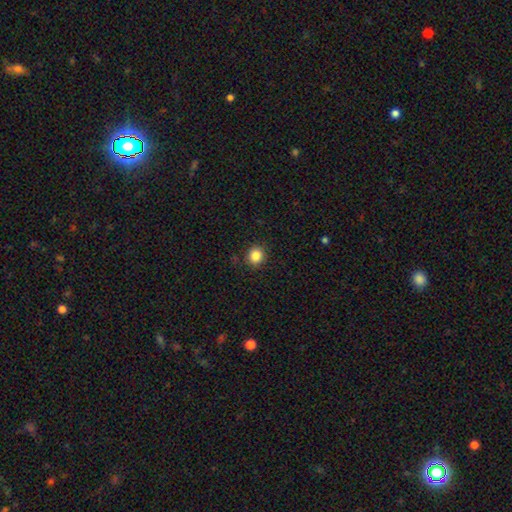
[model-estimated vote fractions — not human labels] smooth_or_featured: smooth (p=0.85) [alt: star or artifact p=0.11]
how_rounded: round (p=0.87) [alt: in between p=0.12]
merging: none (p=0.89) [alt: minor disturbance p=0.07]